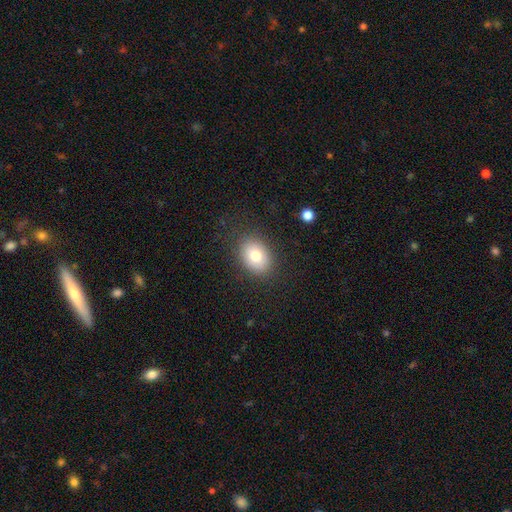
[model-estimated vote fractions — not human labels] Q: Smooth or featured?
A: smooth (78%); runner-up: featured or disk (13%)
Q: How rounded?
A: in between (68%); runner-up: round (31%)
Q: Merging?
A: none (85%); runner-up: minor disturbance (10%)